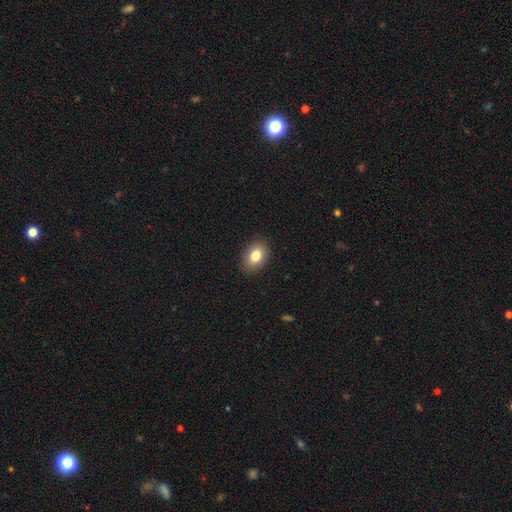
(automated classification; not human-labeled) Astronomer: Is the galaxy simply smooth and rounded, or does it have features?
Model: smooth — 81%.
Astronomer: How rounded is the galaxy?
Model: in between — 77%.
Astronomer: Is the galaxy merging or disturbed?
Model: none — 89%.